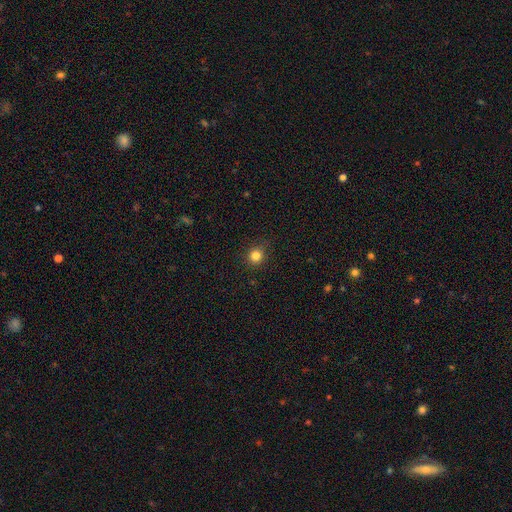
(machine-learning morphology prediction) smooth 83%, star or artifact 13%, featured or disk 5%. Down the decision tree: how rounded — round (91%); merging — none (89%).